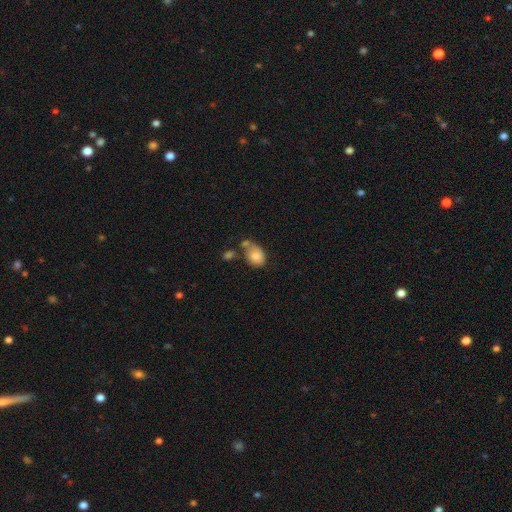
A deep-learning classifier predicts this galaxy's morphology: smooth-or-featured: smooth: 80% | featured or disk: 12% | star or artifact: 8%
  how-rounded: in between: 71% | round: 28% | cigar-shaped: 1%
  merging: none: 39% | merger: 27% | minor disturbance: 24% | major disturbance: 11%